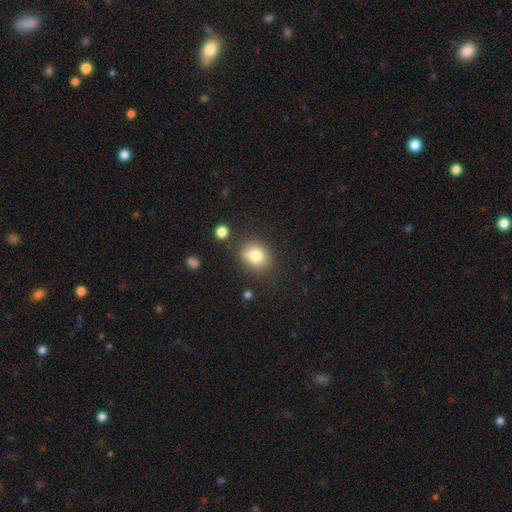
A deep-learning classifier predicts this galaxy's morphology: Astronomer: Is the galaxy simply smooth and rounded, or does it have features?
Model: smooth — 79%.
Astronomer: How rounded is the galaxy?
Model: round — 60% (runner-up: in between, 39%).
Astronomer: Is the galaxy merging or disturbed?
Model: none — 74%.